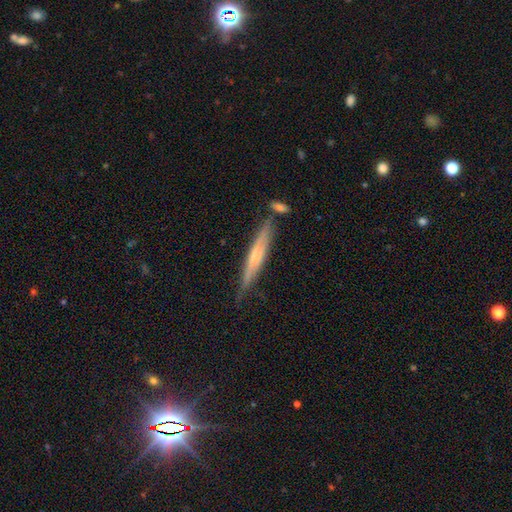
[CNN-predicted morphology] Smooth or featured? featured or disk (50%)
Merging? none (69%)